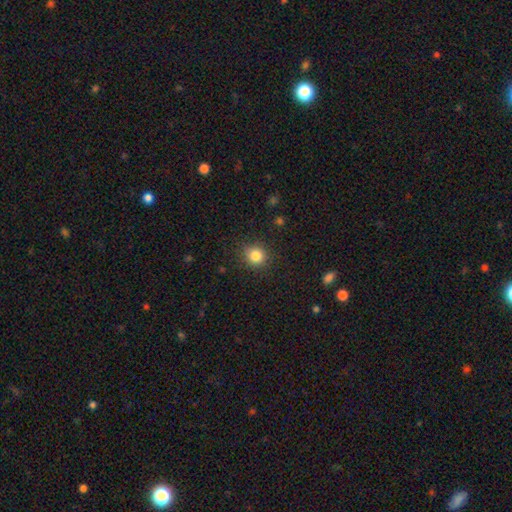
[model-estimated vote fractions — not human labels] A smooth galaxy with no disk features (83%) that is round (89%). Merging: none (87%).